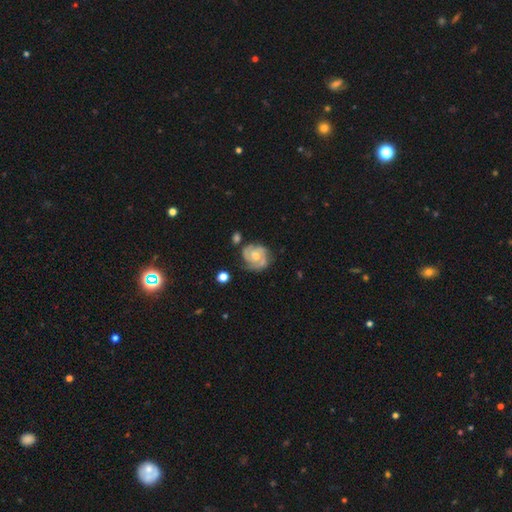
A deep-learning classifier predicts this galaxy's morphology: Smooth or featured?
  - featured or disk: 81% *
  - smooth: 14%
  - star or artifact: 5%
Edge-on disk?
  - no: 98% *
  - yes: 2%
Bar?
  - no: 65% *
  - weak: 30%
  - strong: 5%
Spiral arms?
  - yes: 95% *
  - no: 5%
Spiral winding?
  - tight: 58% *
  - medium: 35%
  - loose: 7%
Spiral arm count?
  - 2: 55% *
  - 3: 23%
  - can't tell: 13%
  - 1: 3%
  - 4: 3%
  - more than 4: 2%
Bulge size?
  - moderate: 53% *
  - small: 35%
  - none: 6%
  - large: 5%
  - dominant: 1%
Merging?
  - none: 67% *
  - minor disturbance: 21%
  - major disturbance: 7%
  - merger: 5%